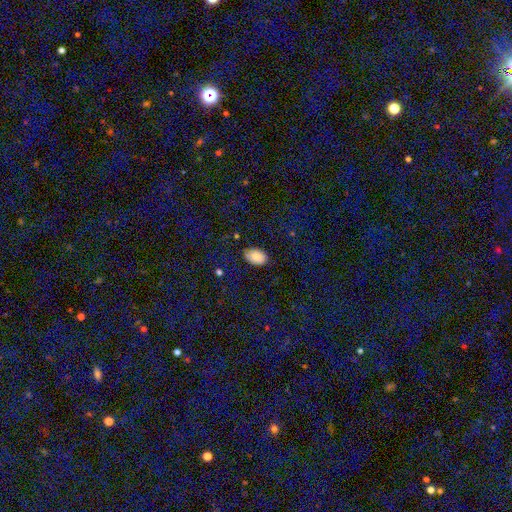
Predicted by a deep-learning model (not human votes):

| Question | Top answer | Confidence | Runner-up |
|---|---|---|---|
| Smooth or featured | smooth | 84% | featured or disk (8%) |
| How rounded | in between | 90% | round (9%) |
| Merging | none | 81% | minor disturbance (14%) |